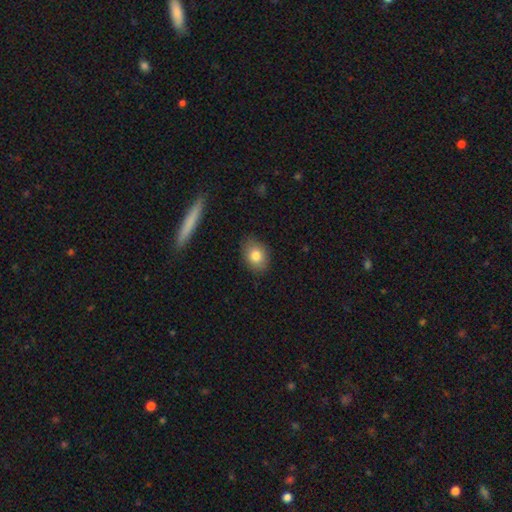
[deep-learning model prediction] Smooth or featured? Predicted: smooth (p=0.81). How rounded? Predicted: in between (p=0.64). Merging? Predicted: none (p=0.84).